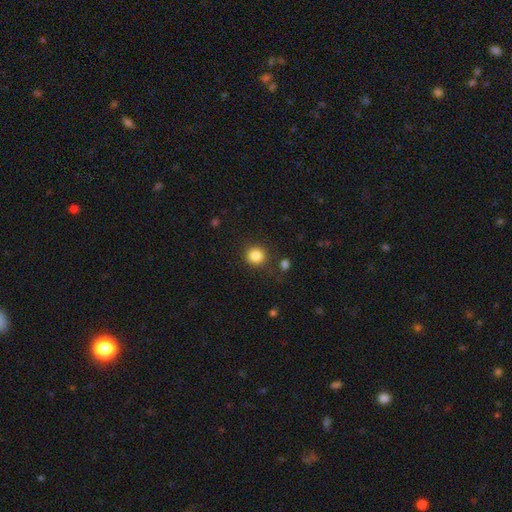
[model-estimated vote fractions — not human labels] A smooth galaxy with no disk features (85%) that is round (93%). Merging: none (87%).